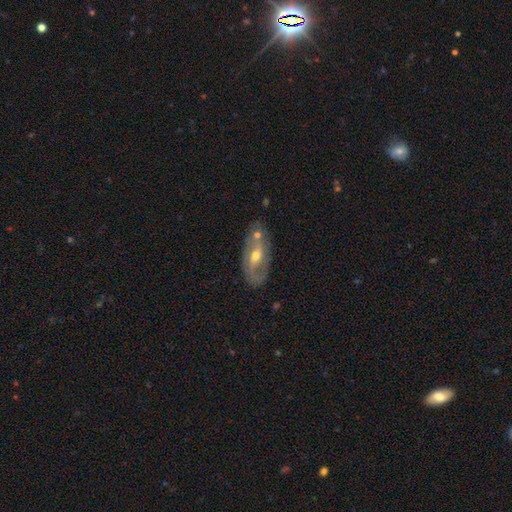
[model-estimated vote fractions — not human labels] A featured or disk galaxy (72%) with no bar (39%), spiral arms (69%) and a moderate central bulge (61%).

Vote fractions:
- Smooth or featured? featured or disk: 72% / smooth: 20% / star or artifact: 7%
- Edge-on disk? no: 87% / yes: 13%
- Bar? no: 39% / weak: 38% / strong: 22%
- Spiral arms? yes: 69% / no: 31%
- Bulge size? moderate: 61% / small: 34% / large: 2% / none: 1% / dominant: 1%
- Merging? none: 69% / minor disturbance: 17% / merger: 9% / major disturbance: 6%